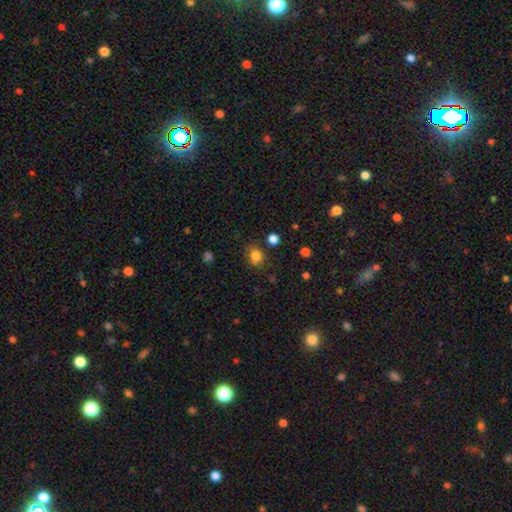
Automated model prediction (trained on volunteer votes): Smooth or featured: smooth — 81% (star or artifact — 12%)
How rounded: round — 57% (in between — 42%)
Merging: none — 74% (minor disturbance — 18%)